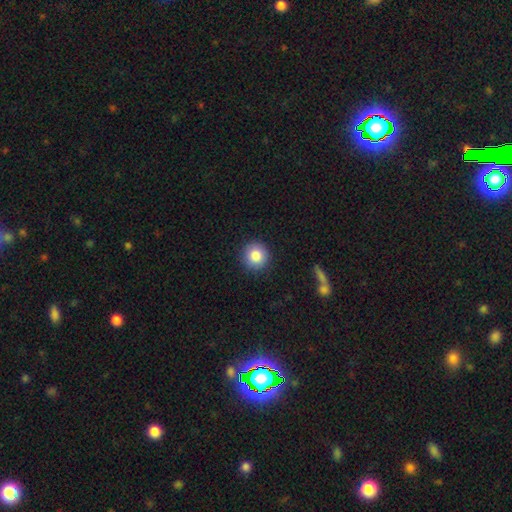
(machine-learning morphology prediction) A smooth galaxy with no disk features (86%) that is round (94%). Merging: none (90%).